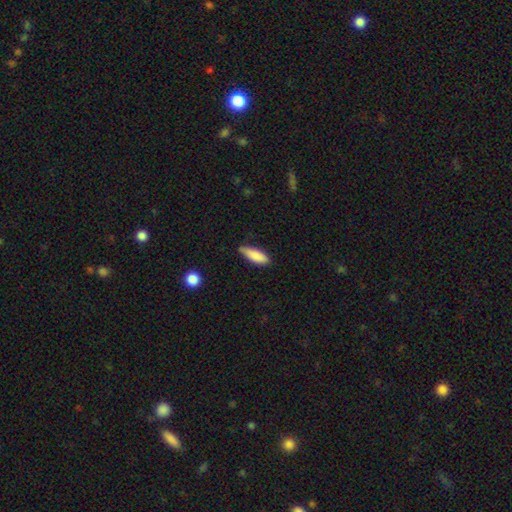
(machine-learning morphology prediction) Smooth or featured? Predicted: smooth (p=0.85). How rounded? Predicted: in between (p=0.57). Merging? Predicted: none (p=0.72).